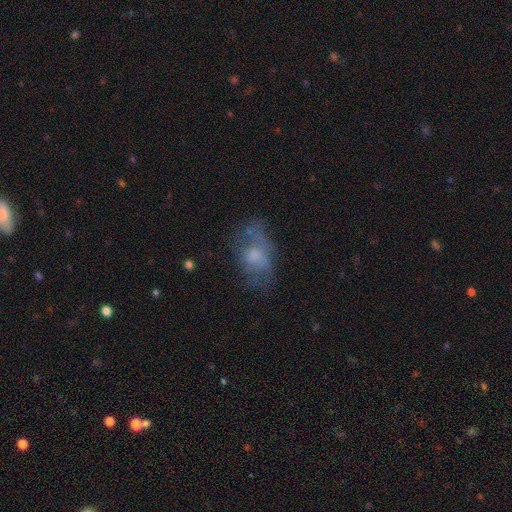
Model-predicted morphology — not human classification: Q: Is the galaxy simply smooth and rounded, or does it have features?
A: smooth — 47%.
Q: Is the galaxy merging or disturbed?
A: none — 44%.